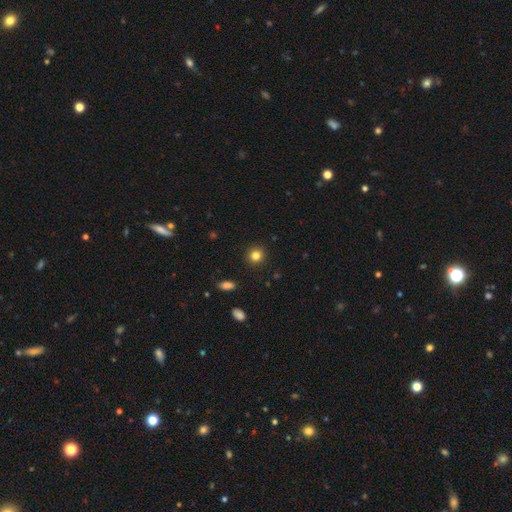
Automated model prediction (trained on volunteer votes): smooth-or-featured: smooth: 83% | star or artifact: 12% | featured or disk: 5%
  how-rounded: round: 90% | in between: 9% | cigar-shaped: 1%
  merging: none: 92% | minor disturbance: 5% | major disturbance: 2% | merger: 1%